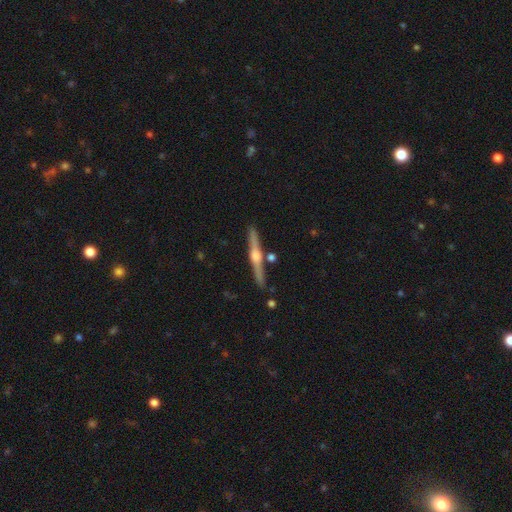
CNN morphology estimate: featured or disk 80%, smooth 14%, star or artifact 5%. Down the decision tree: edge-on disk — yes (98%); edge-on bulge — rounded (90%); merging — none (87%).